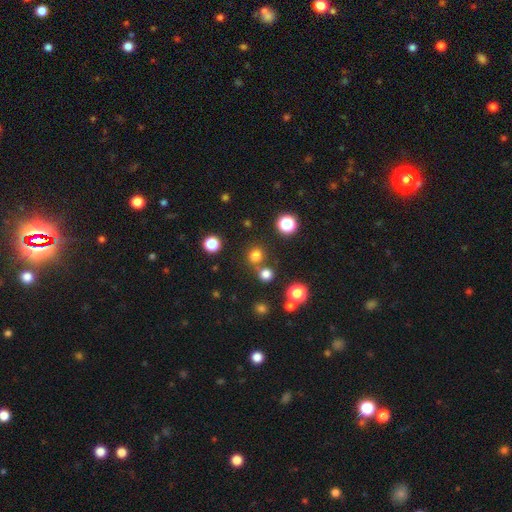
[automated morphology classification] Smooth or featured? Predicted: smooth (p=0.75). How rounded? Predicted: round (p=0.88). Merging? Predicted: none (p=0.73).